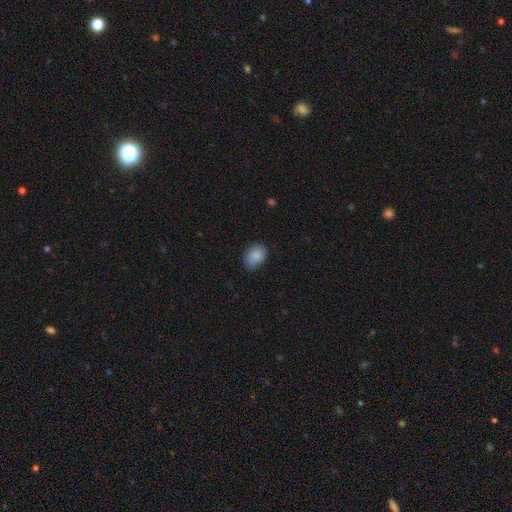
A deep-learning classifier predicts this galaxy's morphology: The model was most divided on "how rounded": in between: 72%, round: 27%, cigar-shaped: 1%. More confident: smooth or featured — smooth (88%); merging — none (75%).